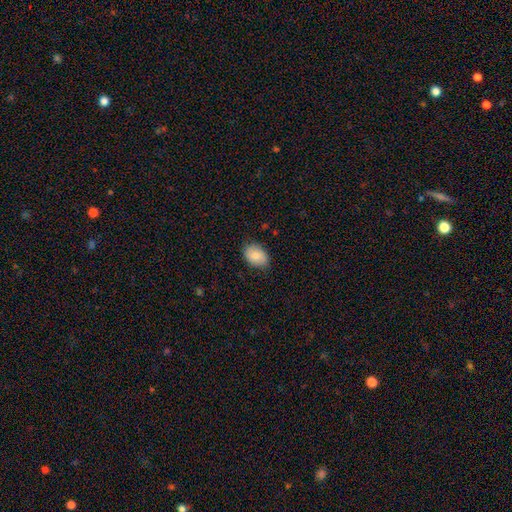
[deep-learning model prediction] smooth_or_featured: smooth (p=0.83) [alt: featured or disk p=0.10]
how_rounded: in between (p=0.81) [alt: round p=0.18]
merging: none (p=0.82) [alt: minor disturbance p=0.14]